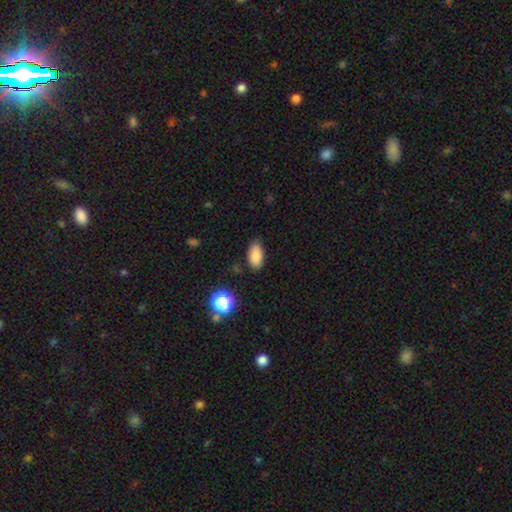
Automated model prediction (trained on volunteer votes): The model was most divided on "merging": none: 78%, minor disturbance: 16%, major disturbance: 3%, merger: 2%. More confident: how rounded — in between (90%); smooth or featured — smooth (84%).